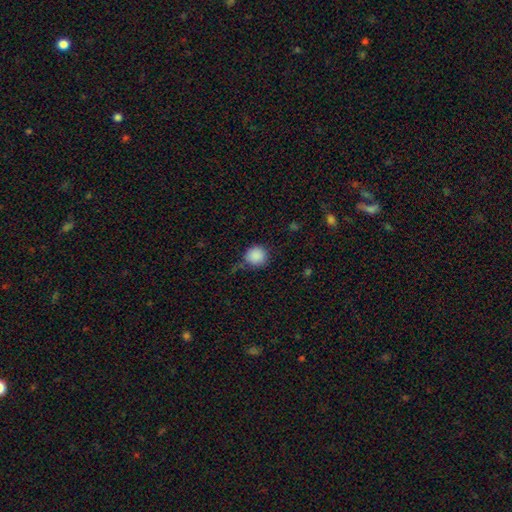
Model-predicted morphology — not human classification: type=smooth (88%); roundness=round (89%); merging=none (68%).